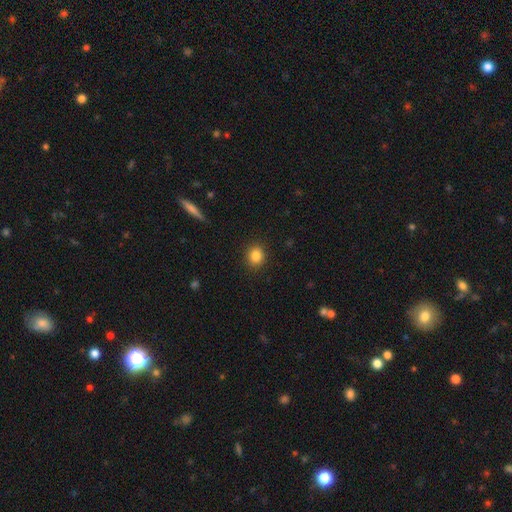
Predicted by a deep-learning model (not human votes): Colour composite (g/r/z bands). It shows a smooth galaxy with no disk features (84%) that is round (81%). Merging: none (91%).